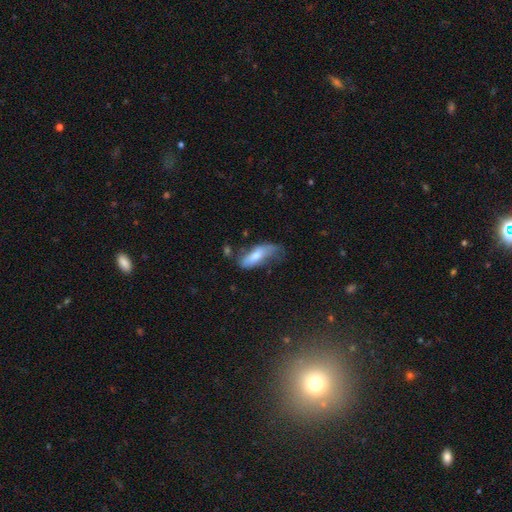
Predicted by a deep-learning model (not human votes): smooth 67%, featured or disk 26%, star or artifact 7%. Down the decision tree: how rounded — in between (71%); merging — minor disturbance (35%).